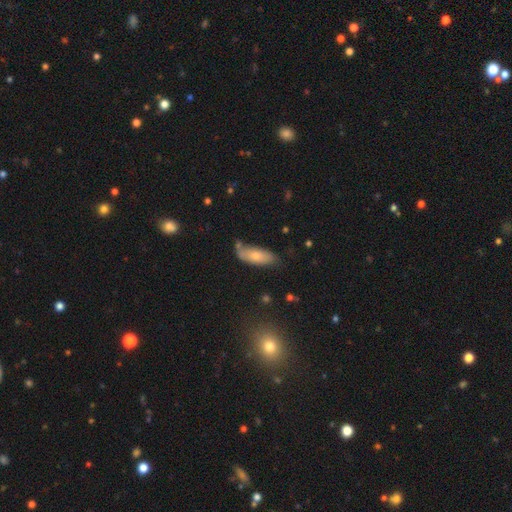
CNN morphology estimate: smooth_or_featured: smooth (p=0.74) [alt: featured or disk p=0.19]
how_rounded: in between (p=0.76) [alt: cigar-shaped p=0.22]
merging: none (p=0.59) [alt: minor disturbance p=0.26]